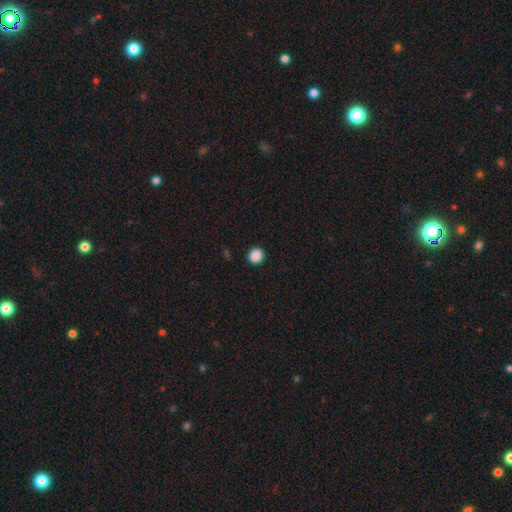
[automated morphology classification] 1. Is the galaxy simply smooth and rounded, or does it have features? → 89% smooth, 9% star or artifact, 2% featured or disk.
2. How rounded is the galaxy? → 90% round, 9% in between, 1% cigar-shaped.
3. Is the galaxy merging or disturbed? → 92% none, 5% minor disturbance, 2% major disturbance, 1% merger.